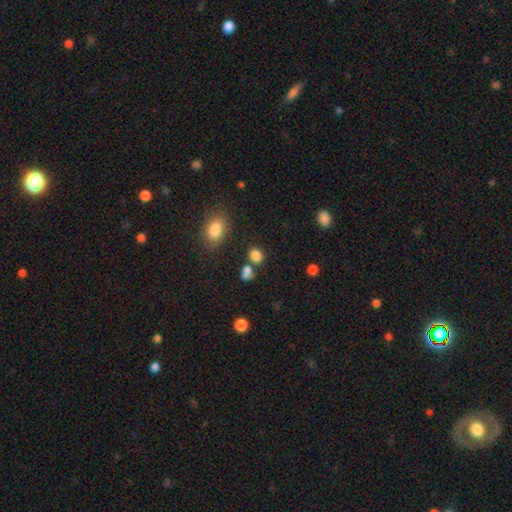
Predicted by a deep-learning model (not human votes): A smooth galaxy with no disk features (81%) that is round (69%). Merging: none (69%).